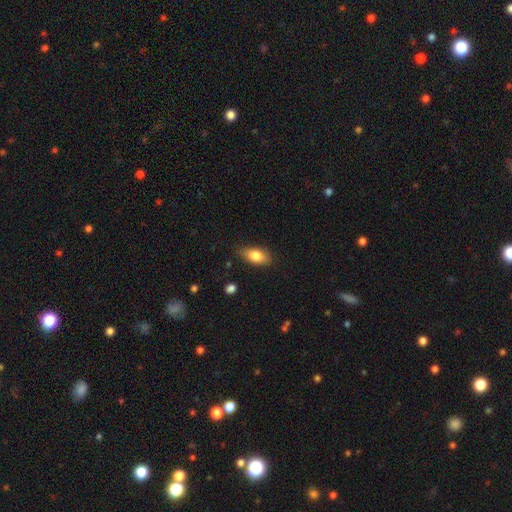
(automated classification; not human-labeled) smooth 79%, featured or disk 14%, star or artifact 7%. Down the decision tree: how rounded — in between (86%); merging — none (81%).